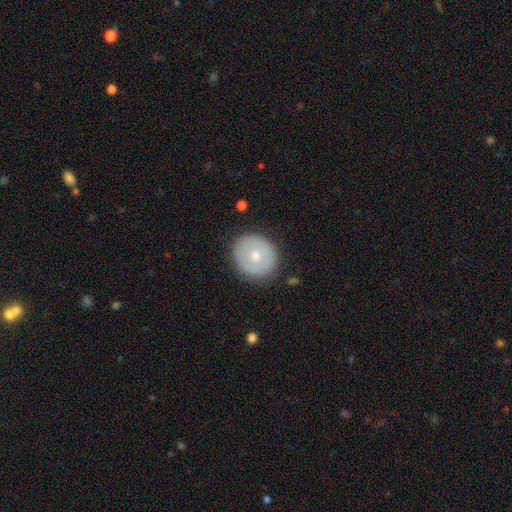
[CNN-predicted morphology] Q: Smooth or featured?
A: smooth (62%); runner-up: featured or disk (31%)
Q: How rounded?
A: round (84%); runner-up: in between (15%)
Q: Merging?
A: none (87%); runner-up: minor disturbance (9%)